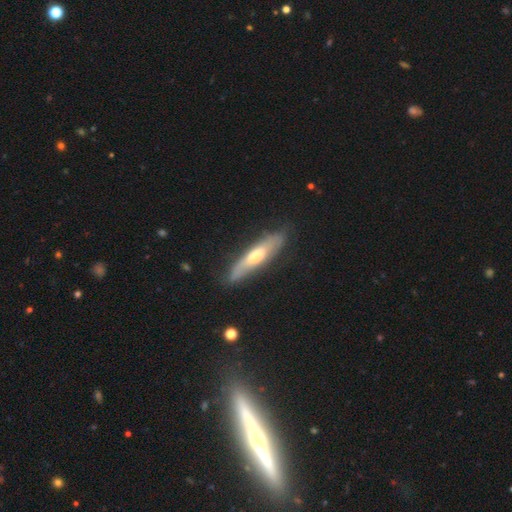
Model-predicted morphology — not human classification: featured or disk 49%, smooth 45%, star or artifact 6%. Down the decision tree: merging — none (79%).